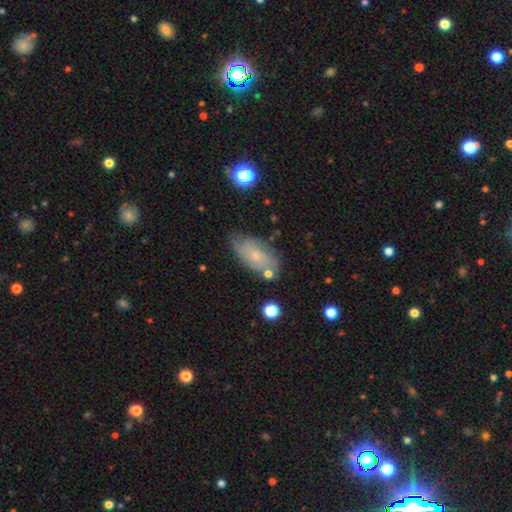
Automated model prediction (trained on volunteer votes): smooth_or_featured: smooth (p=0.47) [alt: featured or disk p=0.45]
merging: none (p=0.70) [alt: minor disturbance p=0.20]